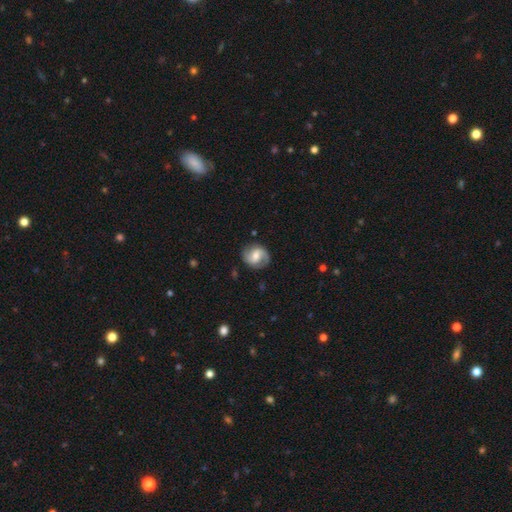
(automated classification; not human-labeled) Q: Smooth or featured?
A: featured or disk (75%); runner-up: smooth (19%)
Q: Edge-on disk?
A: no (98%); runner-up: yes (2%)
Q: Bar?
A: weak (50%); runner-up: no (31%)
Q: Spiral arms?
A: yes (93%); runner-up: no (7%)
Q: Spiral winding?
A: medium (49%); runner-up: loose (26%)
Q: Spiral arm count?
A: 2 (91%); runner-up: can't tell (4%)
Q: Bulge size?
A: moderate (62%); runner-up: small (29%)
Q: Merging?
A: none (83%); runner-up: minor disturbance (12%)